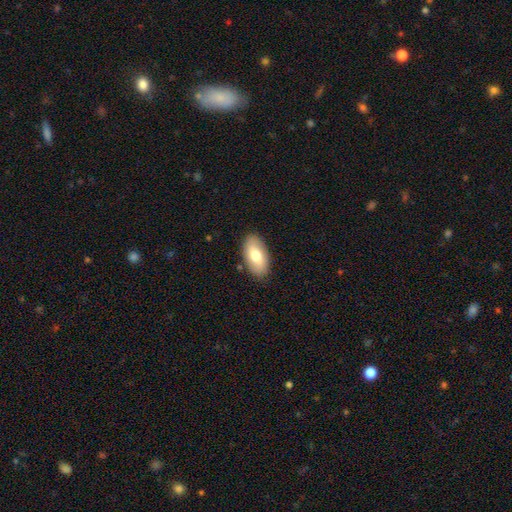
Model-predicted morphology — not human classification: This is likely a smooth galaxy (72%). How rounded: clearly in between (93%). Merging: clearly none (86%).